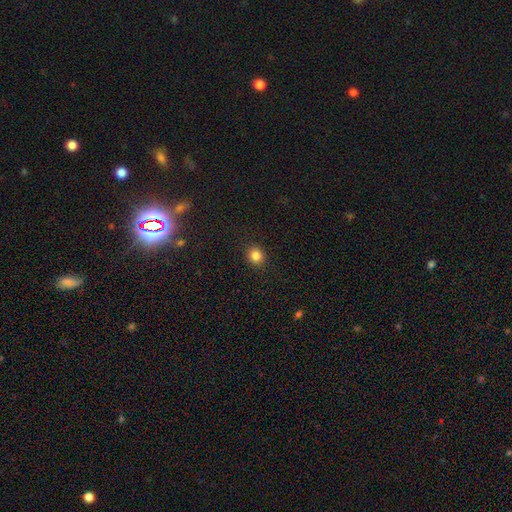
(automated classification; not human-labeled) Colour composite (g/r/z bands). It shows a smooth galaxy with no disk features (84%) that is round (86%). Merging: none (91%).